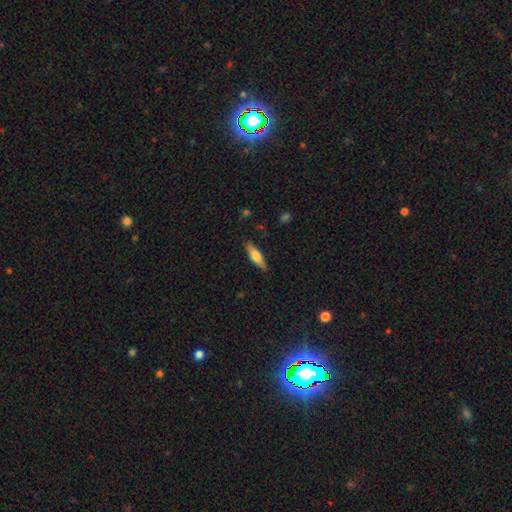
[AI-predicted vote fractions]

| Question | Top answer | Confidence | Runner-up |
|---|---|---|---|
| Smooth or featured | smooth | 58% | featured or disk (36%) |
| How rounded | cigar-shaped | 64% | in between (34%) |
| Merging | none | 88% | minor disturbance (9%) |